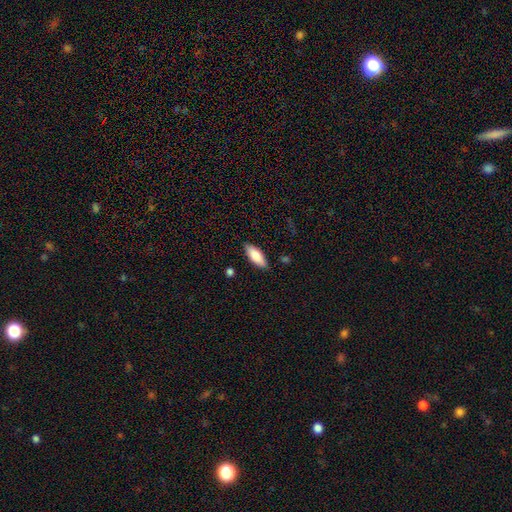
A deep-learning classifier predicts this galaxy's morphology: smooth_or_featured: smooth (p=0.80) [alt: featured or disk p=0.14]
how_rounded: in between (p=0.76) [alt: cigar-shaped p=0.22]
merging: none (p=0.86) [alt: minor disturbance p=0.11]